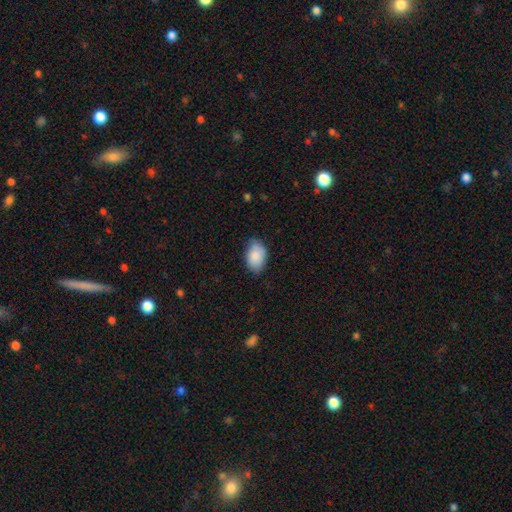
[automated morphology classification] Smooth or featured? Predicted: smooth (p=0.87). How rounded? Predicted: in between (p=0.89). Merging? Predicted: none (p=0.74).